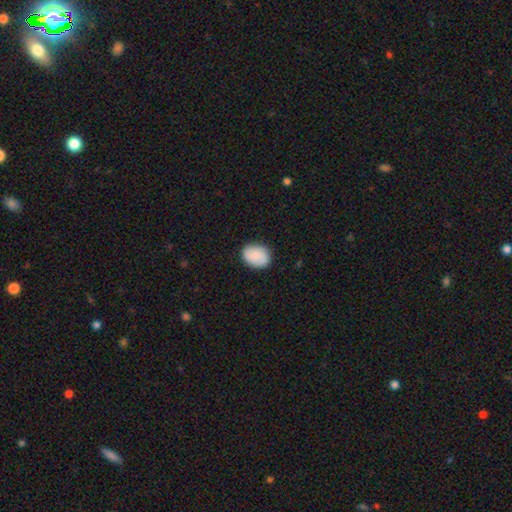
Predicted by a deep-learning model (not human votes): smooth 79%, featured or disk 15%, star or artifact 7%. Down the decision tree: how rounded — in between (65%); merging — none (84%).